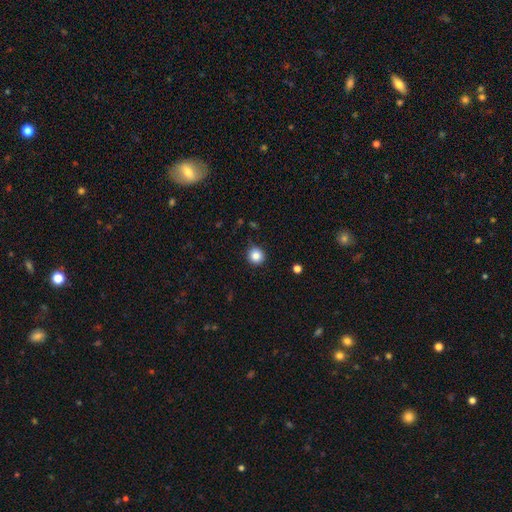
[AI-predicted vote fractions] Q: Smooth or featured?
A: smooth (84%); runner-up: star or artifact (11%)
Q: How rounded?
A: round (93%); runner-up: in between (6%)
Q: Merging?
A: none (90%); runner-up: minor disturbance (7%)